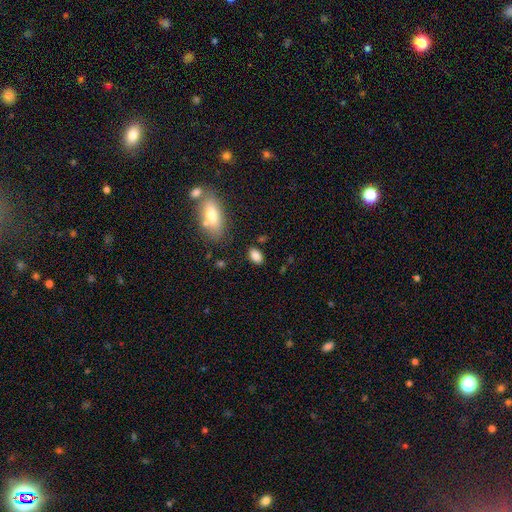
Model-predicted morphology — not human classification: Smooth or featured: smooth — 86% (star or artifact — 9%)
How rounded: in between — 89% (round — 8%)
Merging: none — 82% (minor disturbance — 11%)